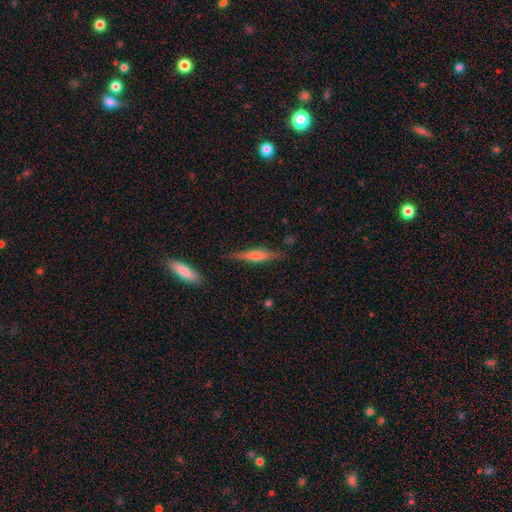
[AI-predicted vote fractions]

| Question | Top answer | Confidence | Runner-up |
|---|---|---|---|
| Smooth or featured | featured or disk | 47% | smooth (46%) |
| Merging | none | 79% | minor disturbance (15%) |